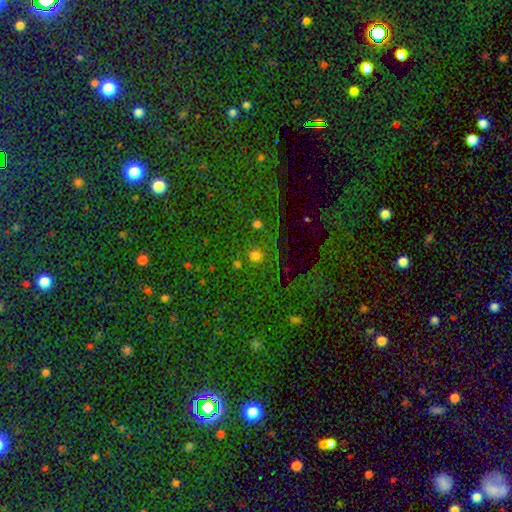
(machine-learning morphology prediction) Smooth or featured? Predicted: smooth (p=0.54). How rounded? Predicted: round (p=0.84). Merging? Predicted: none (p=0.72).